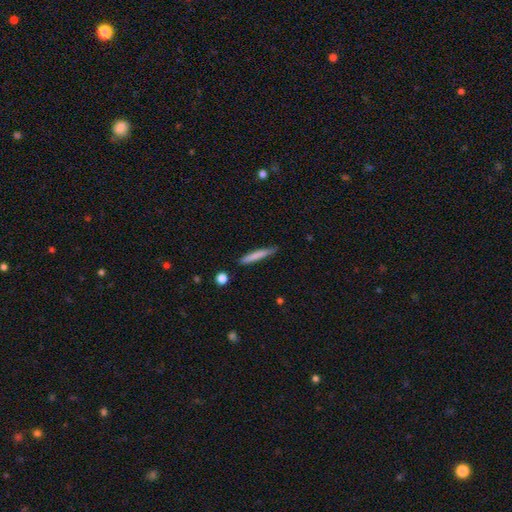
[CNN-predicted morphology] Overall: smooth (76%). How rounded: cigar-shaped (94%). Merging: none (80%).